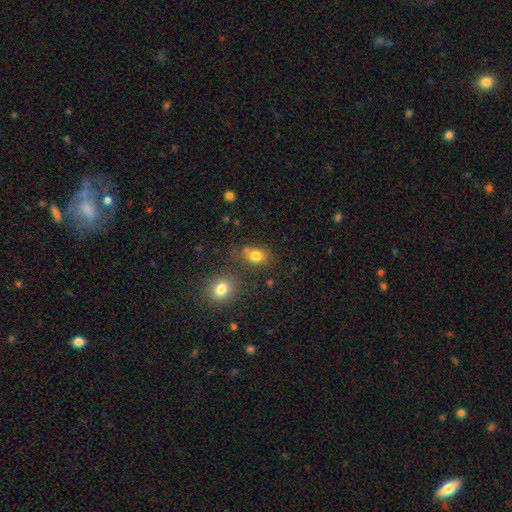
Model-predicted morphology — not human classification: smooth-or-featured: smooth: 80% | star or artifact: 12% | featured or disk: 8%
  how-rounded: in between: 68% | round: 31% | cigar-shaped: 2%
  merging: none: 61% | minor disturbance: 16% | merger: 16% | major disturbance: 6%